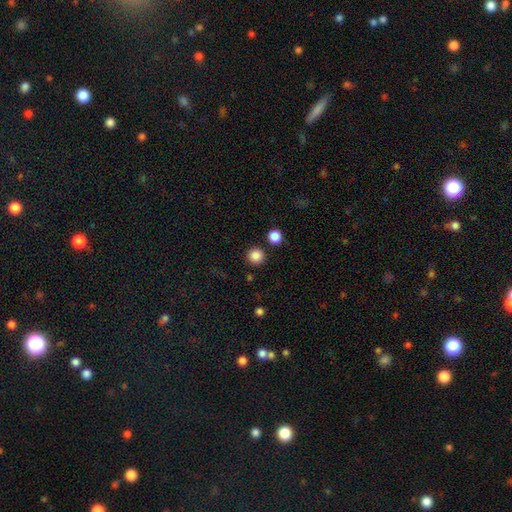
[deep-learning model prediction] smooth 86%, star or artifact 11%, featured or disk 3%. Down the decision tree: how rounded — round (95%); merging — none (90%).